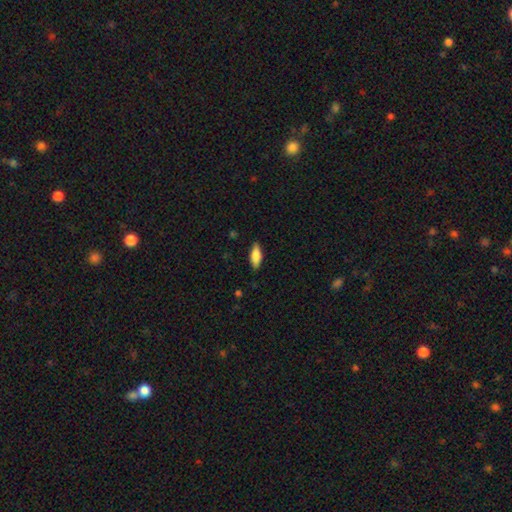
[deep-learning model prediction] Overall: smooth (80%). How rounded: in between (72%). Merging: none (86%).